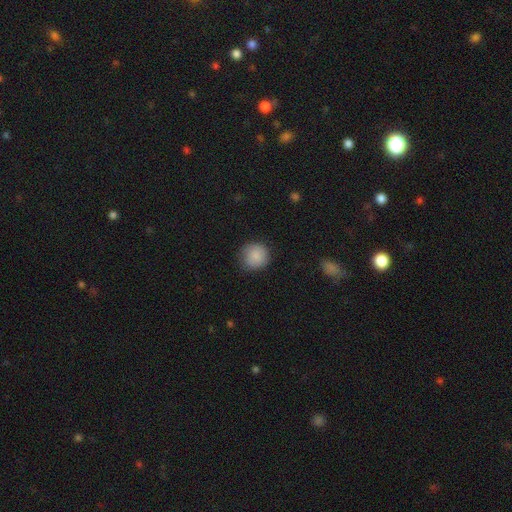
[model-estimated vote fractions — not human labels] This appears to be a smooth galaxy with no disk features (86%) that is round (91%). Merging: none (79%).